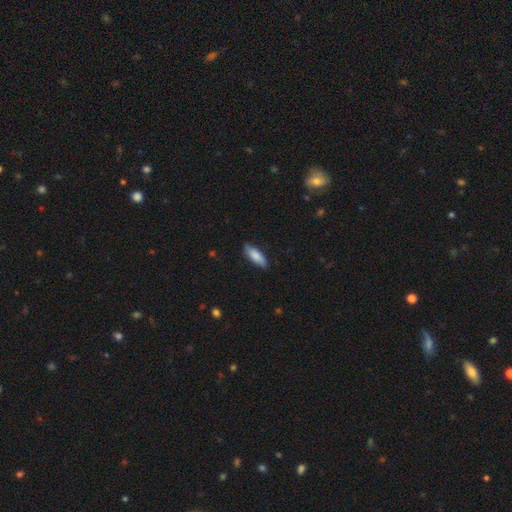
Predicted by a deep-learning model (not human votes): This appears to be a smooth galaxy with no disk features (83%) that is in between round and cigar-shaped (61%). Merging: none (84%).